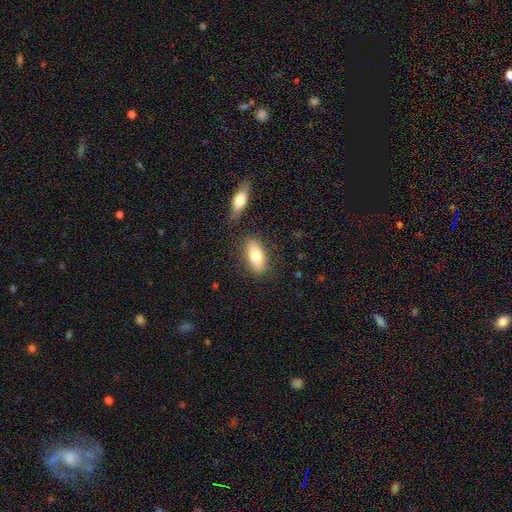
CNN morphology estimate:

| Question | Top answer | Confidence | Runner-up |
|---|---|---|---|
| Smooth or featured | smooth | 79% | featured or disk (14%) |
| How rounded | in between | 86% | cigar-shaped (10%) |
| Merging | none | 79% | minor disturbance (11%) |